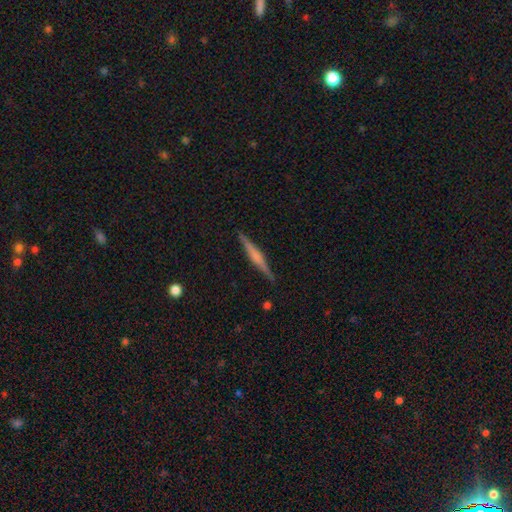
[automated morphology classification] Smooth or featured? featured or disk (64%)
Edge-on disk? yes (98%)
Edge-on bulge? rounded (50%)
Merging? none (90%)